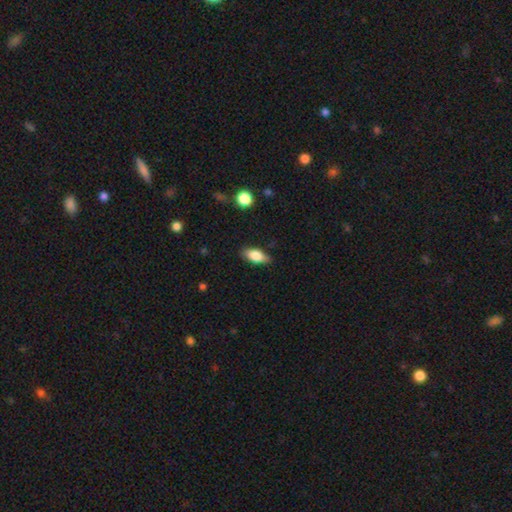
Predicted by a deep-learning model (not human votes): Morphology: type=smooth (77%); roundness=in between (84%); merging=none (84%).